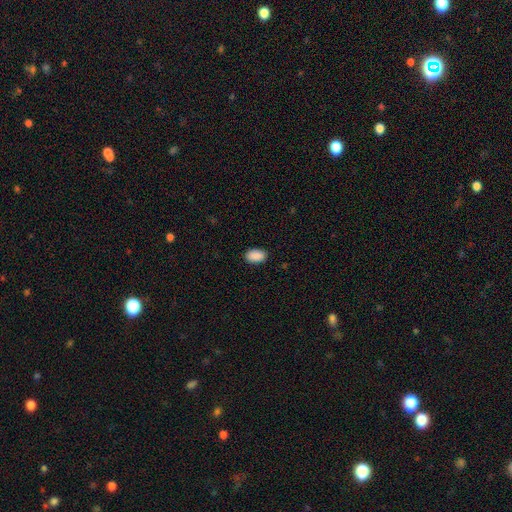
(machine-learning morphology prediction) The model was most divided on "merging": none: 89%, minor disturbance: 8%, major disturbance: 2%, merger: 1%. More confident: how rounded — in between (92%); smooth or featured — smooth (91%).